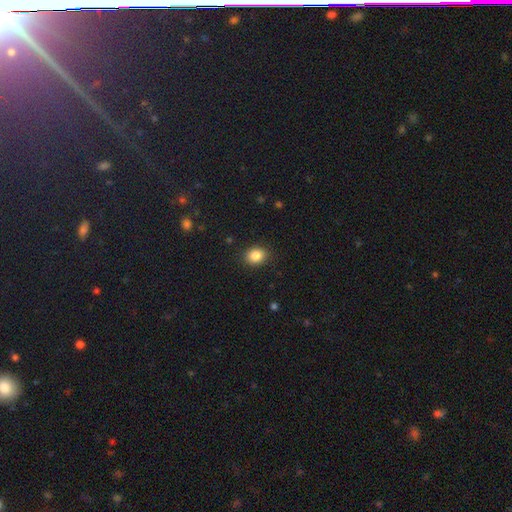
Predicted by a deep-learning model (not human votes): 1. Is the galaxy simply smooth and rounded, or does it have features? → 86% smooth, 9% star or artifact, 5% featured or disk.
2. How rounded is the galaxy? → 51% round, 48% in between, 1% cigar-shaped.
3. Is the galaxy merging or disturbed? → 89% none, 8% minor disturbance, 2% major disturbance, 1% merger.